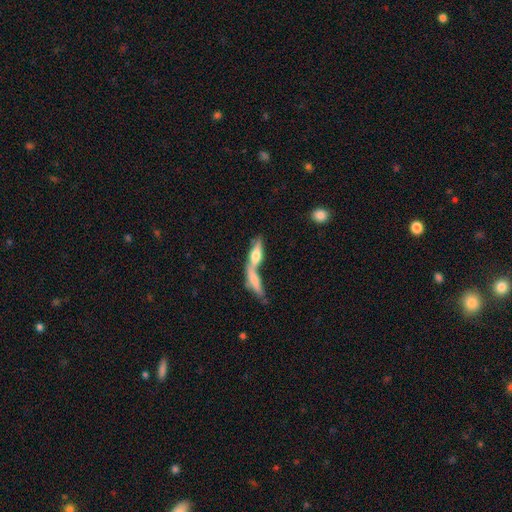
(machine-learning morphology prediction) Overall: smooth (51%; featured or disk 41%). How rounded: cigar-shaped (56%; in between 40%). Merging: merger (63%; none 25%).